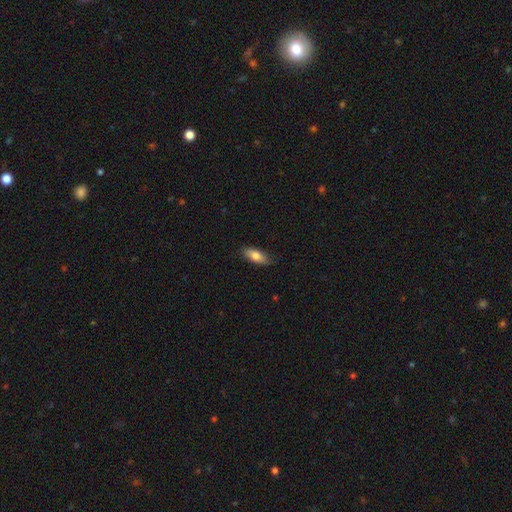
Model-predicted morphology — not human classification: A smooth galaxy with no disk features (77%) that is in between round and cigar-shaped (74%).

Vote fractions:
- Smooth or featured? smooth: 77% / featured or disk: 17% / star or artifact: 6%
- How rounded? in between: 74% / cigar-shaped: 23% / round: 3%
- Merging? none: 83% / minor disturbance: 13% / major disturbance: 2% / merger: 1%